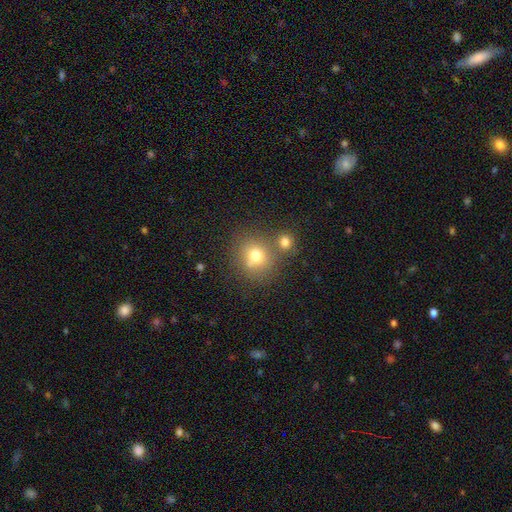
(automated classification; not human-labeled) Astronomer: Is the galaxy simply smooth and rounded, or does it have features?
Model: smooth — 74%.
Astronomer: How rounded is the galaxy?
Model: round — 80%.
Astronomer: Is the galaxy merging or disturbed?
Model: none — 57%.